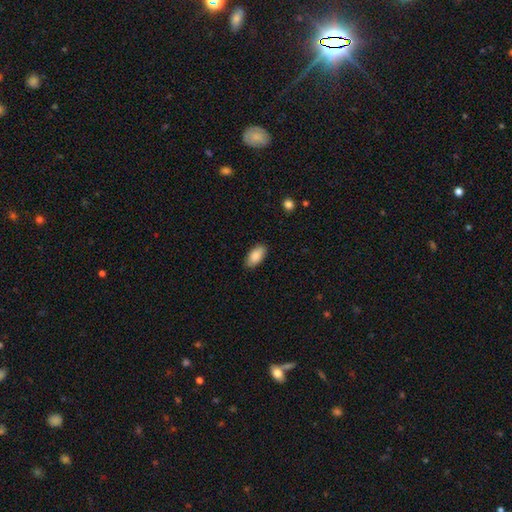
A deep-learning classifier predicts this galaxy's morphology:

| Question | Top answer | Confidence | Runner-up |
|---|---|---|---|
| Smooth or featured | smooth | 88% | star or artifact (6%) |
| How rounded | in between | 93% | cigar-shaped (5%) |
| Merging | none | 87% | minor disturbance (10%) |